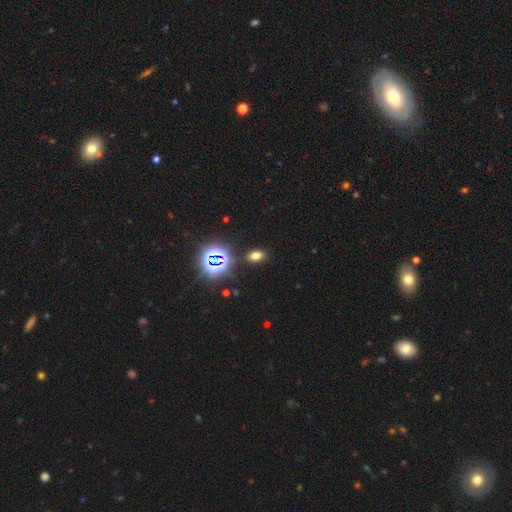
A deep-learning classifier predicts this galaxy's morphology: Smooth or featured? smooth (62%)
How rounded? in between (84%)
Merging? none (87%)